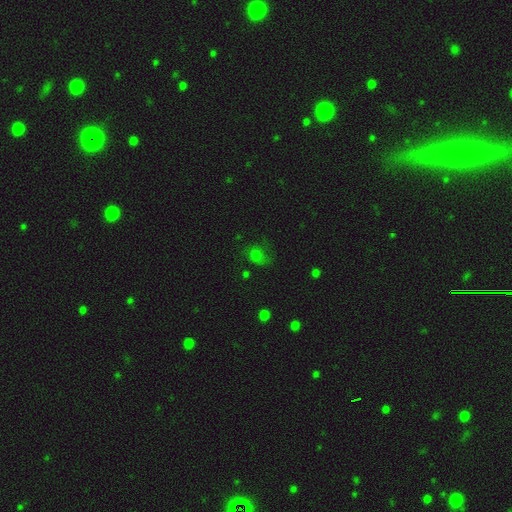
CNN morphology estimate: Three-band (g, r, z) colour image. It shows a smooth galaxy with no disk features (62%) that is round (62%). Merging: none (55%).